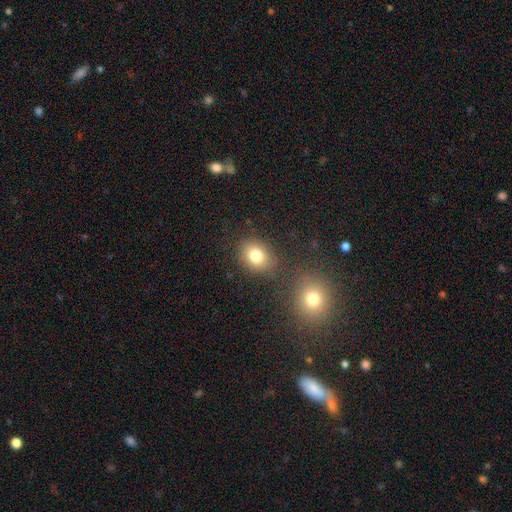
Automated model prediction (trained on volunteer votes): Overall: smooth (80%). How rounded: in between (52%; round 48%). Merging: none (76%).